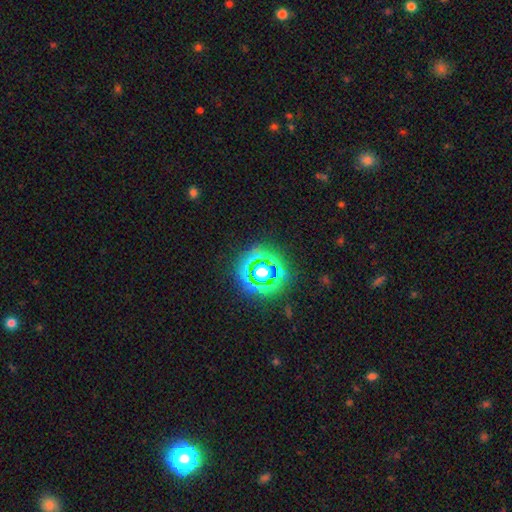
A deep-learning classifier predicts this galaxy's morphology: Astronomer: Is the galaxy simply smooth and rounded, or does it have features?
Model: star or artifact — 74%.